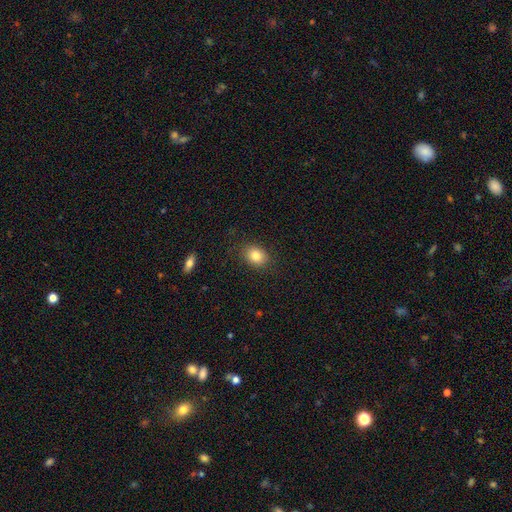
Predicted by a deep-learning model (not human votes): Q: Smooth or featured?
A: smooth (83%); runner-up: star or artifact (9%)
Q: How rounded?
A: in between (59%); runner-up: round (40%)
Q: Merging?
A: none (85%); runner-up: minor disturbance (10%)